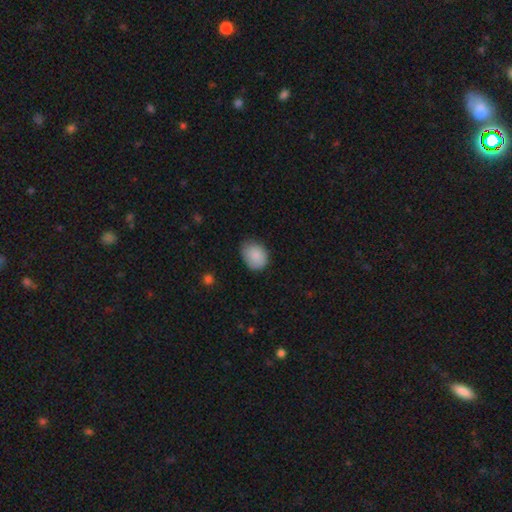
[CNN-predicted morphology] Smooth or featured? smooth (86%)
How rounded? in between (59%)
Merging? none (70%)